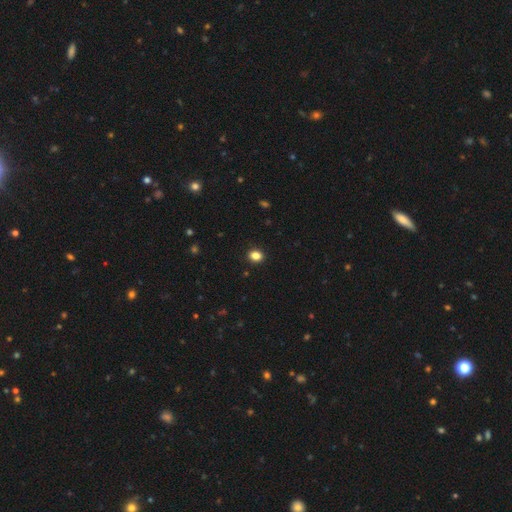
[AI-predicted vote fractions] The model was most divided on "how rounded": round: 54%, in between: 45%, cigar-shaped: 1%. More confident: merging — none (91%); smooth or featured — smooth (85%).